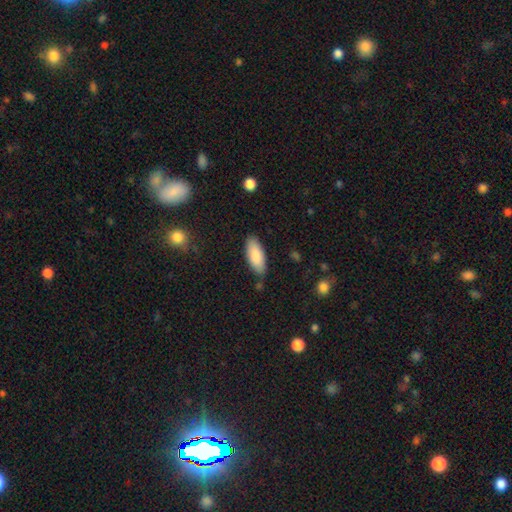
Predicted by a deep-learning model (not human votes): This appears to be a smooth galaxy with no disk features (84%) that is in between round and cigar-shaped (80%). Merging: none (82%).